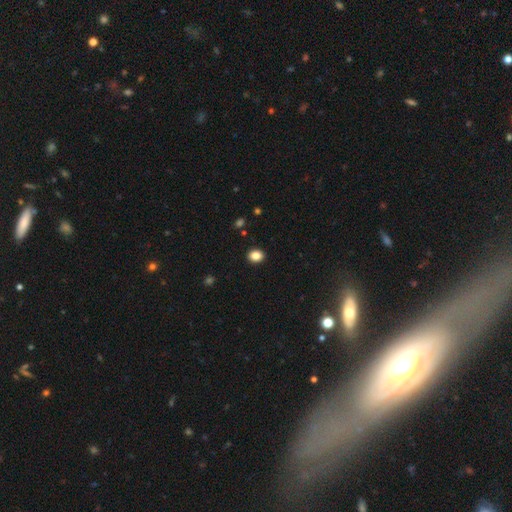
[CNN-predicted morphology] Smooth or featured? smooth (86%)
How rounded? in between (54%)
Merging? none (91%)